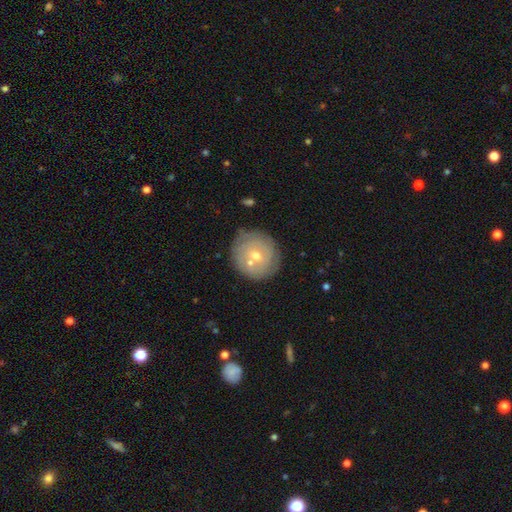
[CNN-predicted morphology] smooth_or_featured: featured or disk (p=0.49) [alt: smooth p=0.43]
merging: none (p=0.71) [alt: minor disturbance p=0.14]